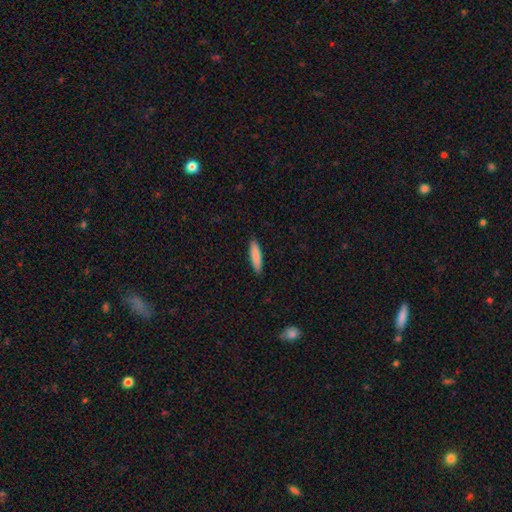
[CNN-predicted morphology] A smooth galaxy with no disk features (86%) that is cigar-shaped (77%). Merging: none (90%).